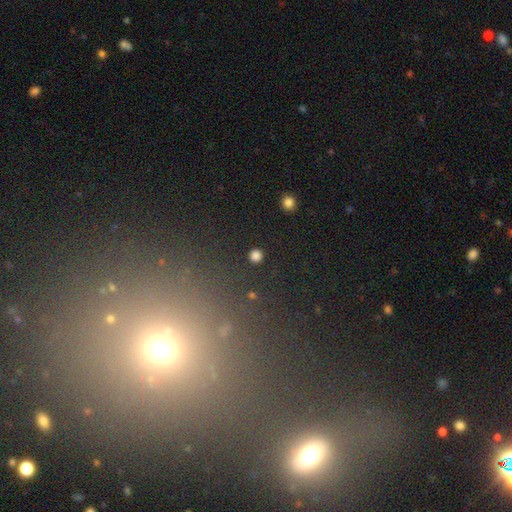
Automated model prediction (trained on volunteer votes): Smooth or featured?
  - smooth: 82% *
  - star or artifact: 14%
  - featured or disk: 4%
How rounded?
  - round: 93% *
  - in between: 6%
  - cigar-shaped: 1%
Merging?
  - none: 91% *
  - minor disturbance: 5%
  - major disturbance: 2%
  - merger: 1%